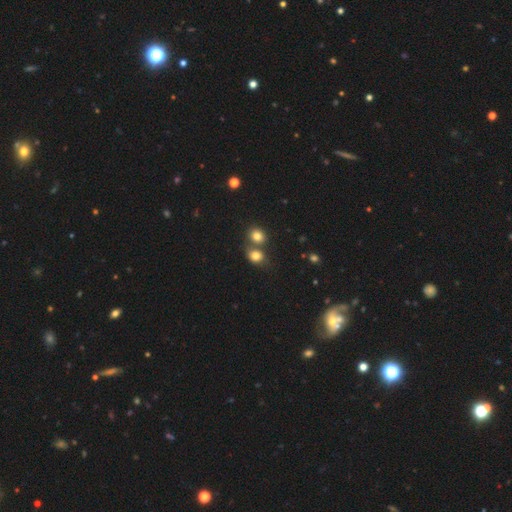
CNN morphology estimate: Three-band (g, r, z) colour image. It shows a smooth galaxy with no disk features (80%) that is round (61%). Merging: none (45%).